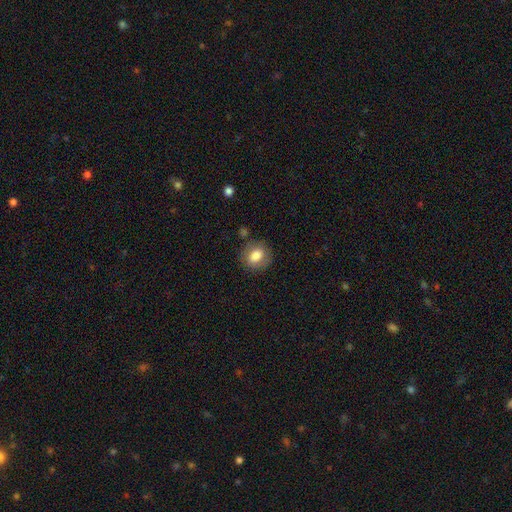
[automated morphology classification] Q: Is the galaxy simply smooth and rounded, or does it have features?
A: smooth — 77%.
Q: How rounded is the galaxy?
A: round — 56%.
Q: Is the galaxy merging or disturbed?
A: none — 78%.